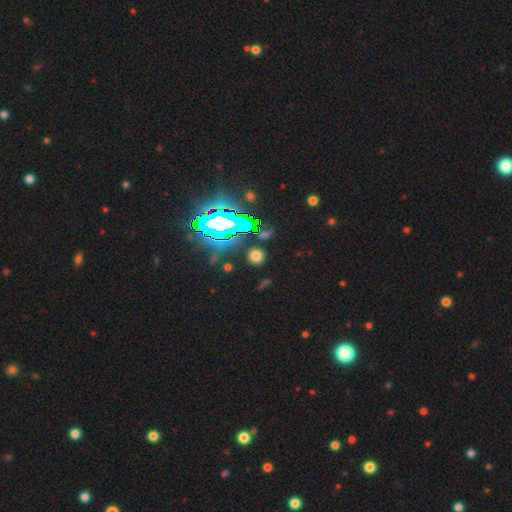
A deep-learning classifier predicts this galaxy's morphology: This is possibly a smooth galaxy (57%). How rounded: clearly round (86%). Merging: clearly none (85%).